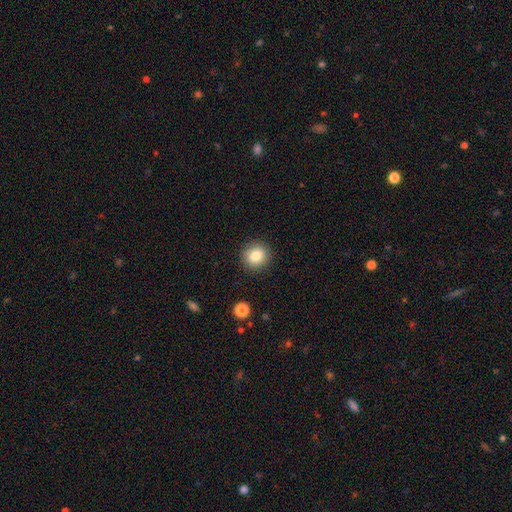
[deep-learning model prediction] Smooth or featured: smooth — 82% (star or artifact — 10%)
How rounded: round — 90% (in between — 9%)
Merging: none — 90% (minor disturbance — 6%)